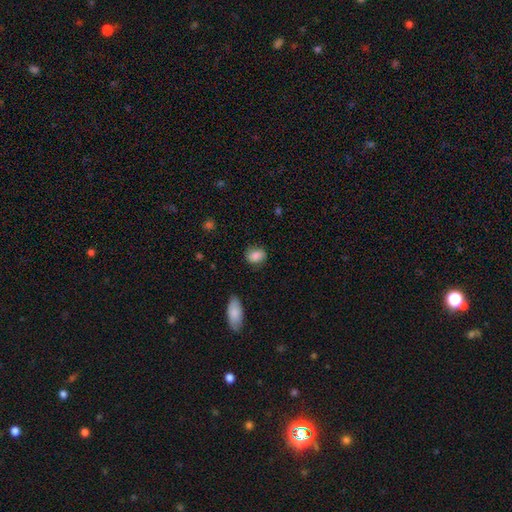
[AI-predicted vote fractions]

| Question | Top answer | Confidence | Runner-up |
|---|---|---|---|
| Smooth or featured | smooth | 81% | featured or disk (11%) |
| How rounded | in between | 56% | round (42%) |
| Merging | none | 78% | minor disturbance (16%) |